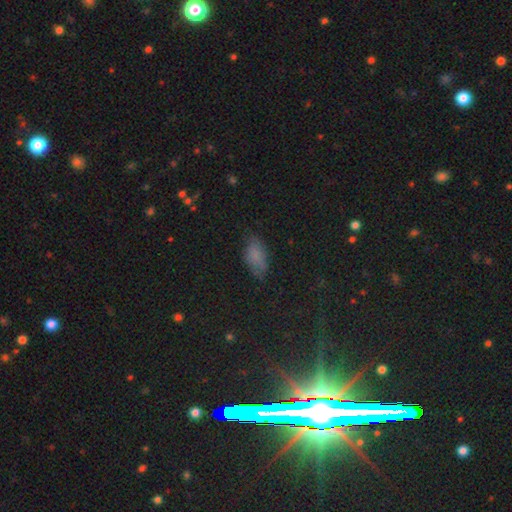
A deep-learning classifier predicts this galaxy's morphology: Smooth or featured? smooth (71%)
How rounded? in between (91%)
Merging? none (66%)